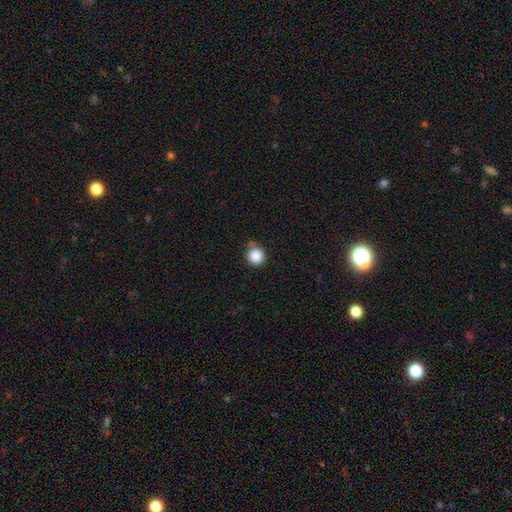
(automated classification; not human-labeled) smooth 87%, star or artifact 10%, featured or disk 3%. Down the decision tree: how rounded — round (94%); merging — none (70%).